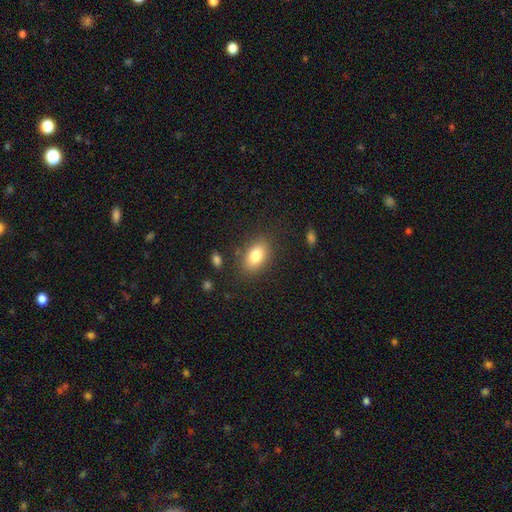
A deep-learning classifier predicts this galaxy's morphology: smooth 81%, featured or disk 11%, star or artifact 8%. Down the decision tree: how rounded — in between (86%); merging — none (82%).